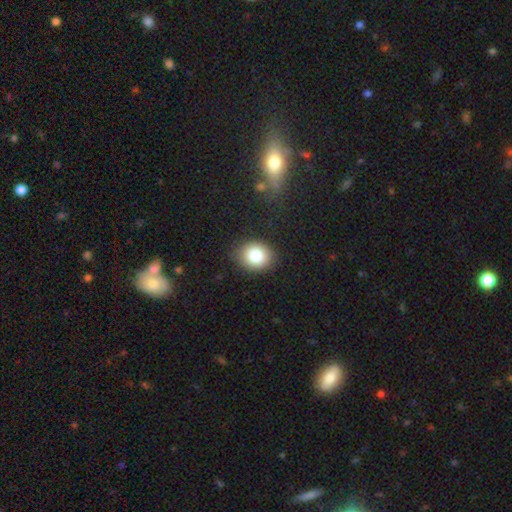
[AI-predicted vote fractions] Overall: smooth (82%). How rounded: round (60%; in between 39%). Merging: none (86%).